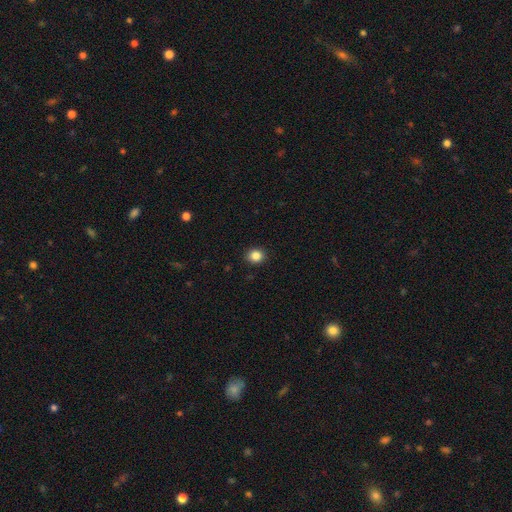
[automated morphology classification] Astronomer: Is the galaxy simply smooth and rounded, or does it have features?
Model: smooth — 85%.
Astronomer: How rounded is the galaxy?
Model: round — 79%.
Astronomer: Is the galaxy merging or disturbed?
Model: none — 92%.